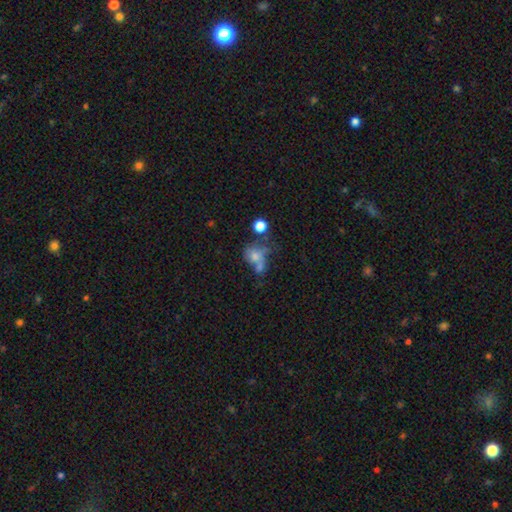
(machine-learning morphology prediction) Overall: smooth (61%; featured or disk 25%). How rounded: round (54%; in between 45%). Merging: merger (39%; none 26%).